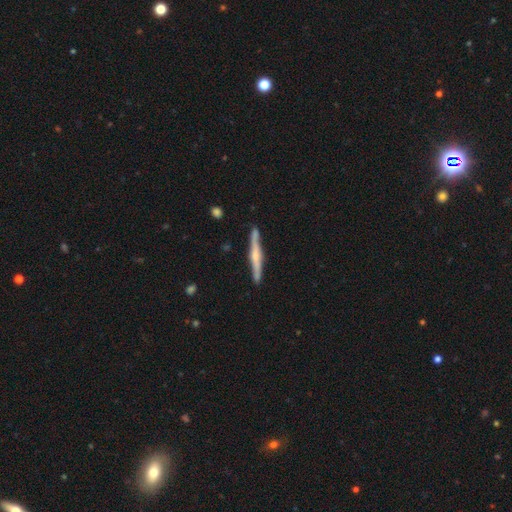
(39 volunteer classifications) featured or disk 87%, smooth 10%, star or artifact 3%. Down the decision tree: edge-on disk — yes (94%); edge-on bulge — rounded (84%); merging — none (82%).